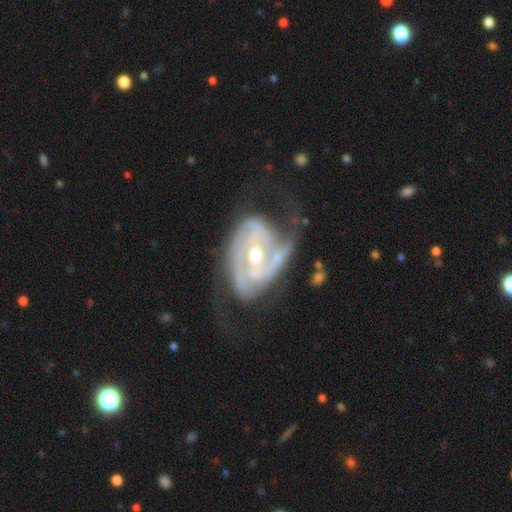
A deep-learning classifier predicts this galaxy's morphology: A featured or disk galaxy (90%) with no bar (51%), 2 (54%) tight (53%) spiral arms (95%) and a moderate central bulge (73%). Merging: none (49%).